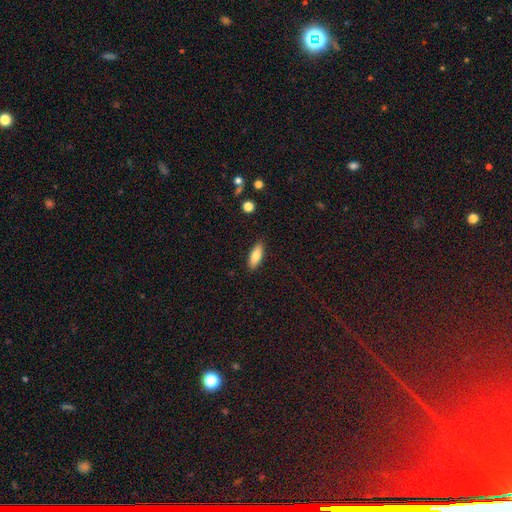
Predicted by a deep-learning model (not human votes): Smooth or featured?
  - smooth: 75% *
  - featured or disk: 19%
  - star or artifact: 7%
How rounded?
  - in between: 64% *
  - cigar-shaped: 33%
  - round: 2%
Merging?
  - none: 89% *
  - minor disturbance: 8%
  - major disturbance: 2%
  - merger: 1%